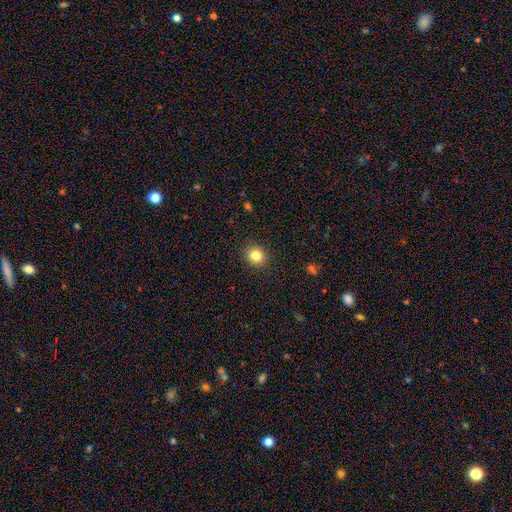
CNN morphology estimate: smooth-or-featured: smooth: 83% | star or artifact: 11% | featured or disk: 6%
  how-rounded: round: 83% | in between: 16% | cigar-shaped: 1%
  merging: none: 91% | minor disturbance: 6% | major disturbance: 2% | merger: 1%